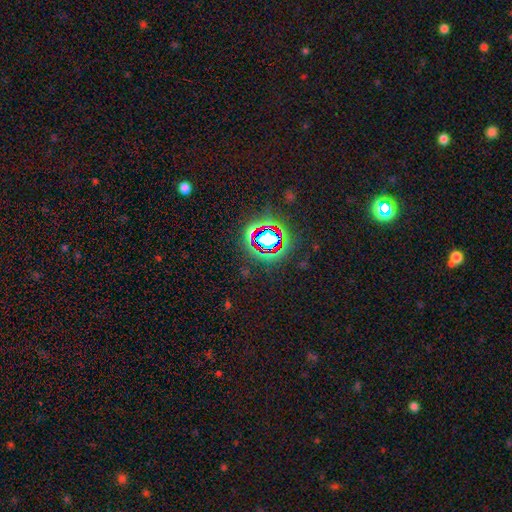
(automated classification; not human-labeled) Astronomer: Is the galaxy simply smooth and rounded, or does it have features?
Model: star or artifact — 78%.